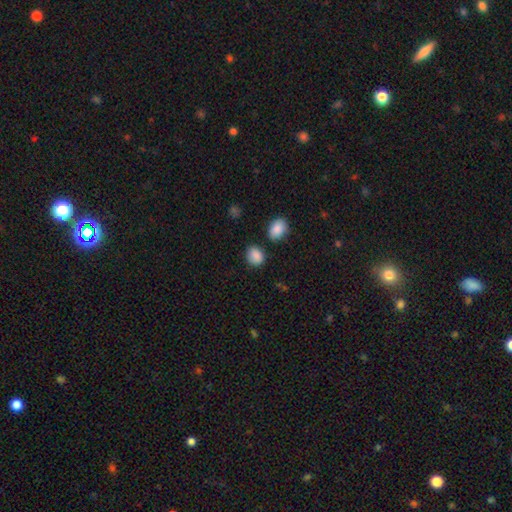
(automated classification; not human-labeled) A smooth galaxy with no disk features (88%) that is round (58%).

Vote fractions:
- Smooth or featured? smooth: 88% / star or artifact: 8% / featured or disk: 4%
- How rounded? round: 58% / in between: 41% / cigar-shaped: 1%
- Merging? none: 79% / minor disturbance: 13% / merger: 5% / major disturbance: 3%